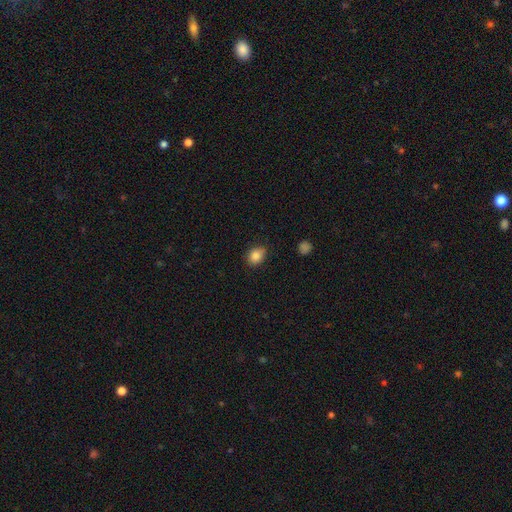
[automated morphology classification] This is clearly a smooth galaxy (86%). How rounded: possibly in between (54%). Merging: clearly none (82%).